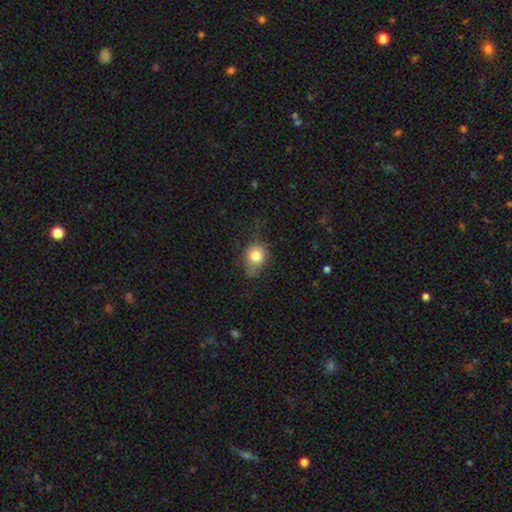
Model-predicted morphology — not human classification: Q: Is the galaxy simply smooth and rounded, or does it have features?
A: smooth — 79%.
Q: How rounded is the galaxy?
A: round — 55%.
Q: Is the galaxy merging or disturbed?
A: none — 48%.